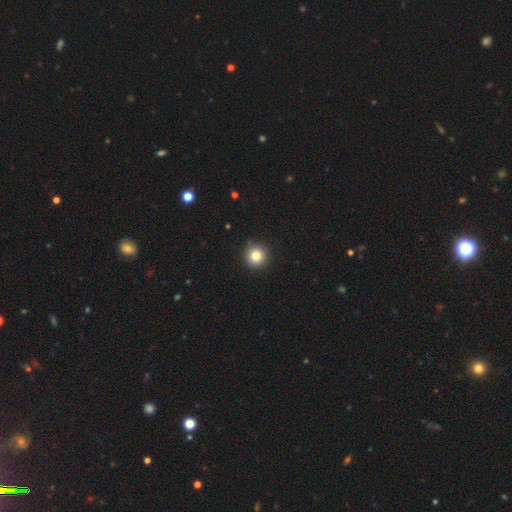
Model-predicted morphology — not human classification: type=smooth (84%); roundness=round (94%); merging=none (91%).